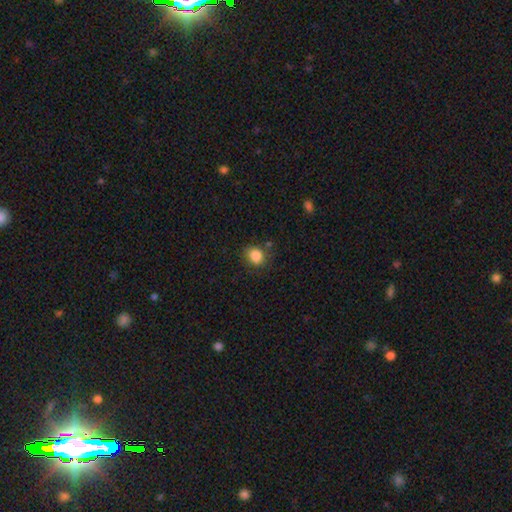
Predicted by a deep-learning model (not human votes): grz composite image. It shows a smooth galaxy with no disk features (85%) that is round (63%). Merging: none (76%).